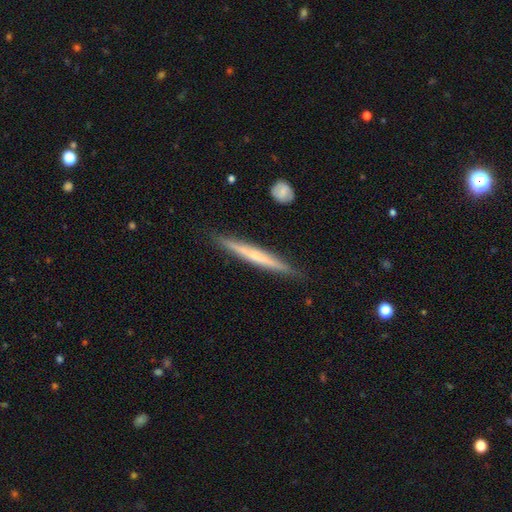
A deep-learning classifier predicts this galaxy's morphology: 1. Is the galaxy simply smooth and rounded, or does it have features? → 53% featured or disk, 42% smooth, 6% star or artifact.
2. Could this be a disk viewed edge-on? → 96% yes, 4% no.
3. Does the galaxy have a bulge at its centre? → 69% none, 23% rounded, 8% boxy.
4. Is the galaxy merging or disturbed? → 89% none, 8% minor disturbance, 1% major disturbance, 1% merger.